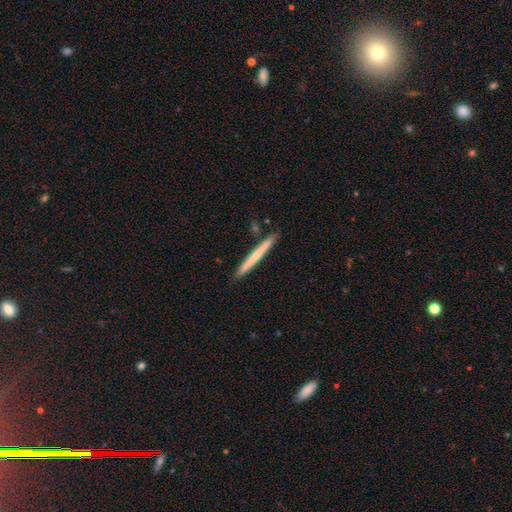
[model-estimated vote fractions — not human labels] This appears to be a smooth galaxy with no disk features (58%) that is cigar-shaped (97%). Merging: none (89%).